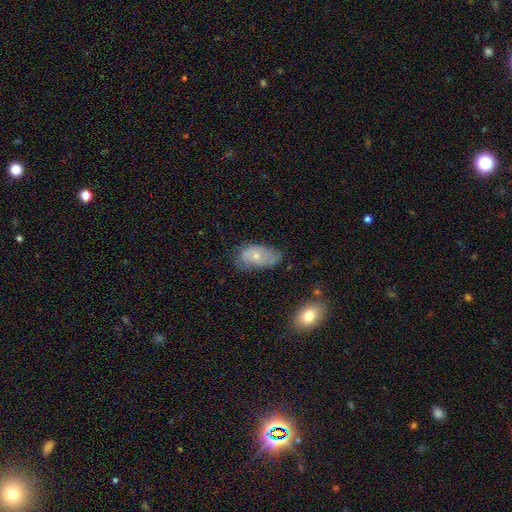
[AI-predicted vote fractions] Overall: smooth (51%; featured or disk 41%). How rounded: in between (91%). Merging: none (49%; minor disturbance 36%).